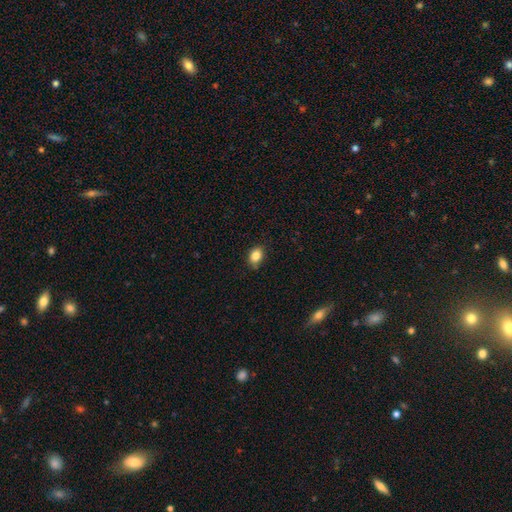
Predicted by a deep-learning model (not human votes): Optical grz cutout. It shows a smooth galaxy with no disk features (85%) that is in between round and cigar-shaped (68%). Merging: none (81%).